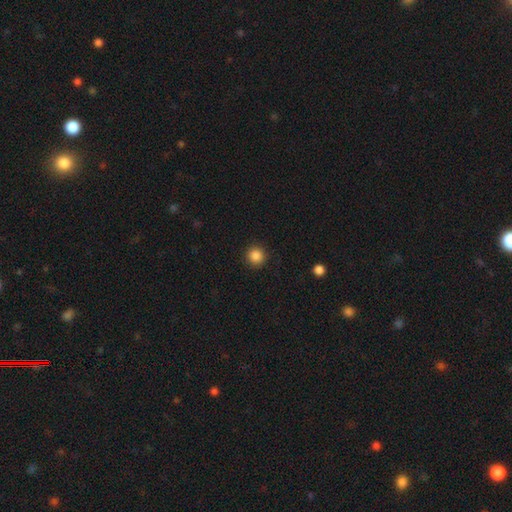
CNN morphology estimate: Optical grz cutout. It shows a smooth galaxy with no disk features (86%) that is round (94%). Merging: none (92%).